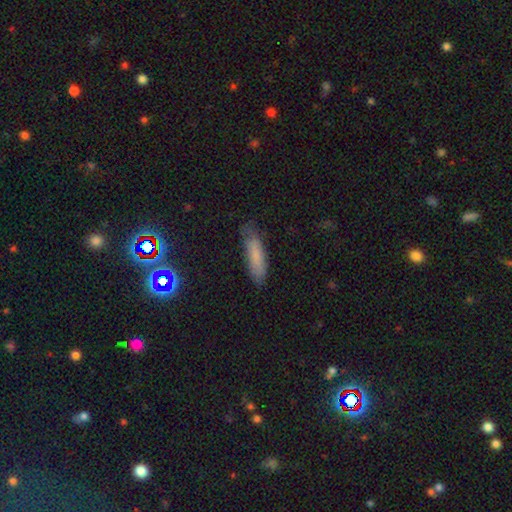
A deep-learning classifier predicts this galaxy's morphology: Smooth or featured: smooth — 74% (featured or disk — 16%)
How rounded: cigar-shaped — 64% (in between — 34%)
Merging: none — 72% (minor disturbance — 21%)